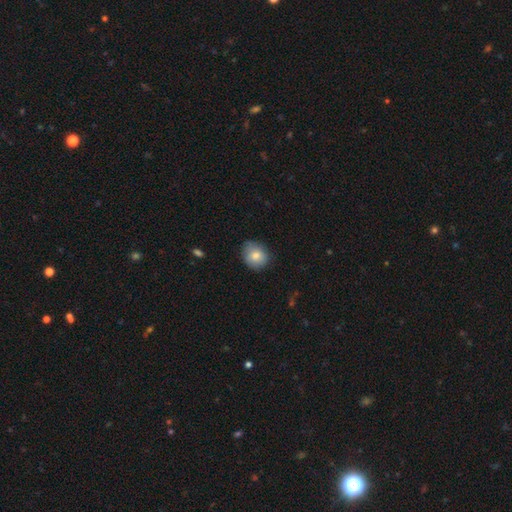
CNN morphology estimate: Smooth or featured? Predicted: smooth (p=0.79). How rounded? Predicted: round (p=0.69). Merging? Predicted: none (p=0.74).